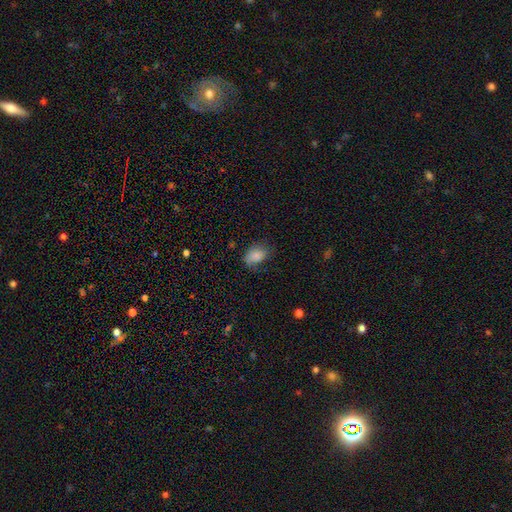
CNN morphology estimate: This appears to be a smooth galaxy with no disk features (81%) that is in between round and cigar-shaped (82%). Merging: none (56%).